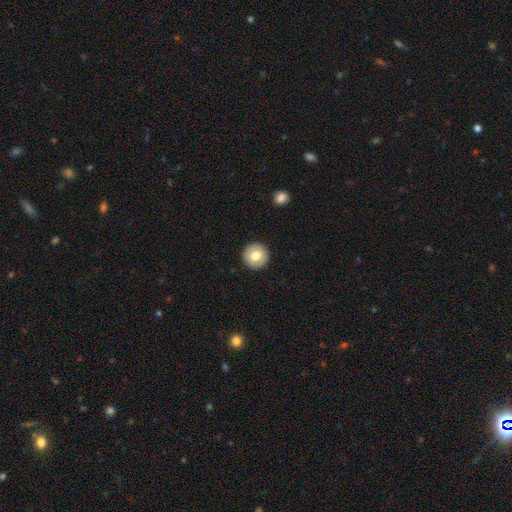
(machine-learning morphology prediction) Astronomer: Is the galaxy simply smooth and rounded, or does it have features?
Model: smooth — 76%.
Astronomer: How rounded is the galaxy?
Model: round — 96%.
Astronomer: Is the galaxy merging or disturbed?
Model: none — 93%.